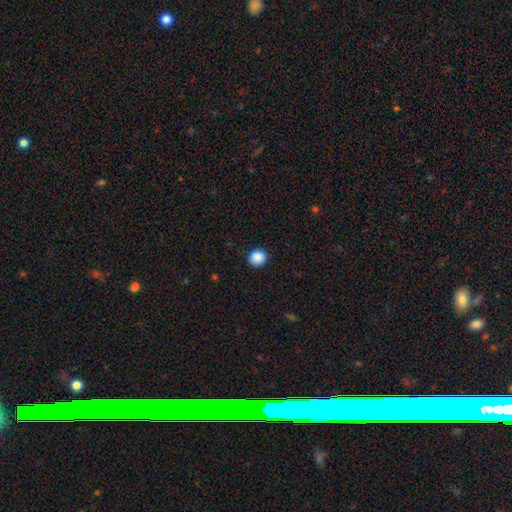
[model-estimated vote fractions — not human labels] A smooth galaxy with no disk features (88%) that is round (91%).

Vote fractions:
- Smooth or featured? smooth: 88% / star or artifact: 9% / featured or disk: 2%
- How rounded? round: 91% / in between: 8% / cigar-shaped: 1%
- Merging? none: 91% / minor disturbance: 6% / major disturbance: 2% / merger: 1%